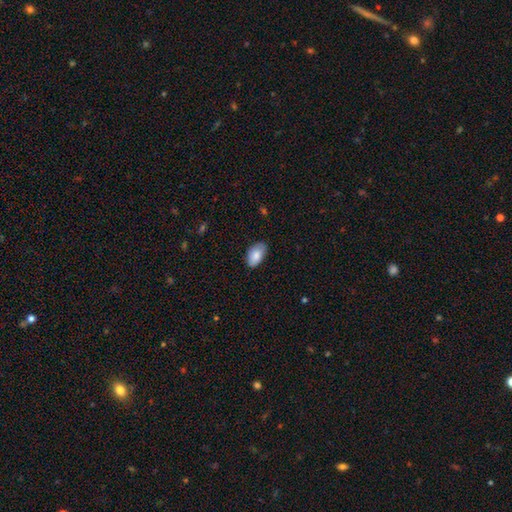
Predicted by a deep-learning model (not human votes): smooth 84%, featured or disk 9%, star or artifact 7%. Down the decision tree: how rounded — in between (94%); merging — none (76%).